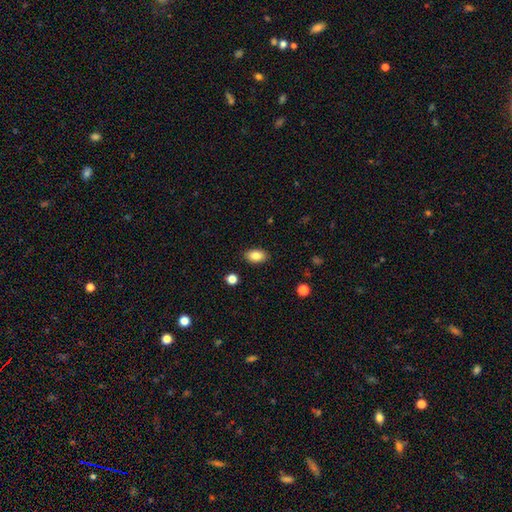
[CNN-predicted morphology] smooth 85%, star or artifact 8%, featured or disk 7%. Down the decision tree: how rounded — in between (90%); merging — none (88%).